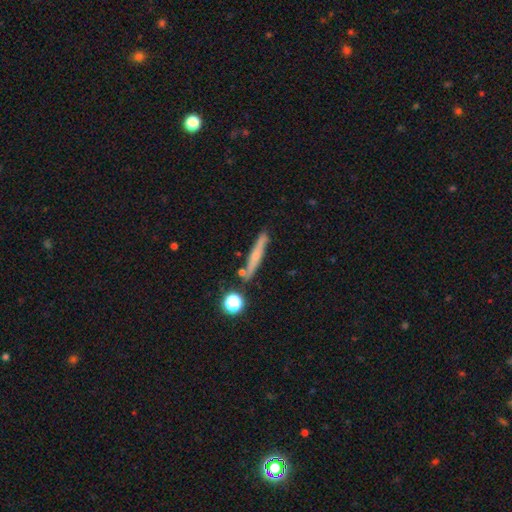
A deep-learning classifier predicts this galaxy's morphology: A featured or disk galaxy (48%). Merging: none (81%).